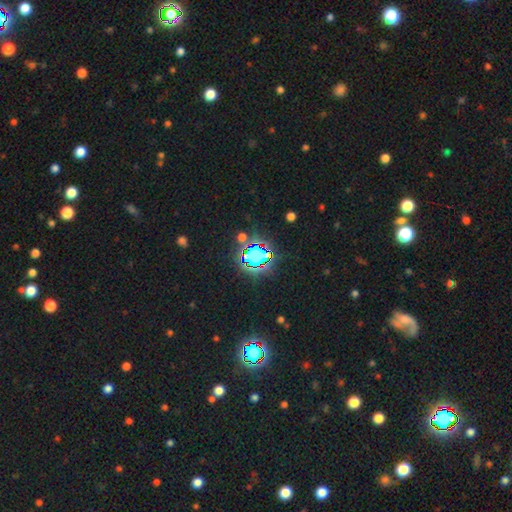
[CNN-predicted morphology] The model was most divided on "smooth or featured": star or artifact: 68%, smooth: 22%, featured or disk: 10%.